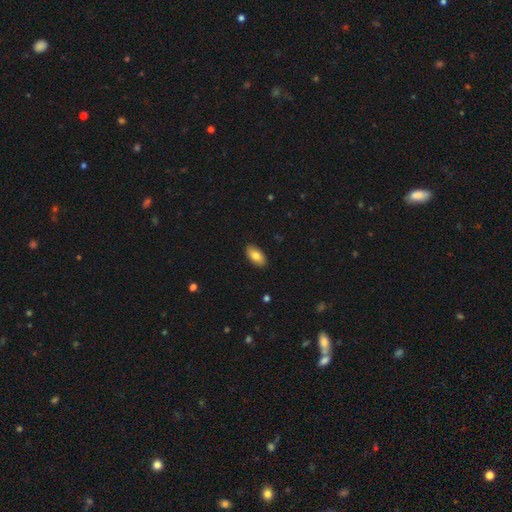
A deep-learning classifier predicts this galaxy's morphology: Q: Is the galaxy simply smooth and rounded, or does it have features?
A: smooth — 81%.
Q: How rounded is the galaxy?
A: in between — 93%.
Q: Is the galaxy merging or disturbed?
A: none — 89%.